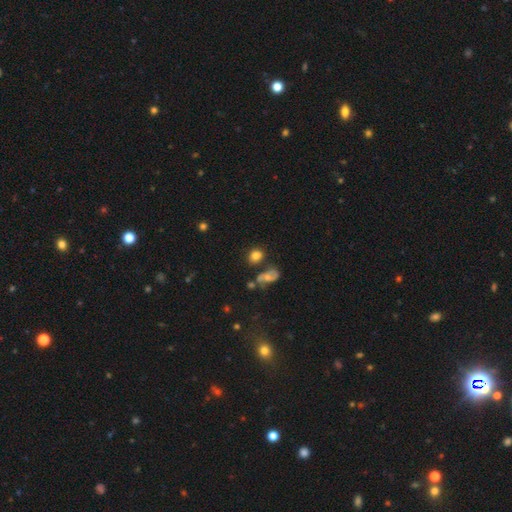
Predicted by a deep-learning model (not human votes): smooth-or-featured: smooth: 77% | featured or disk: 11% | star or artifact: 11%
  how-rounded: round: 56% | in between: 42% | cigar-shaped: 2%
  merging: none: 65% | minor disturbance: 15% | merger: 14% | major disturbance: 6%